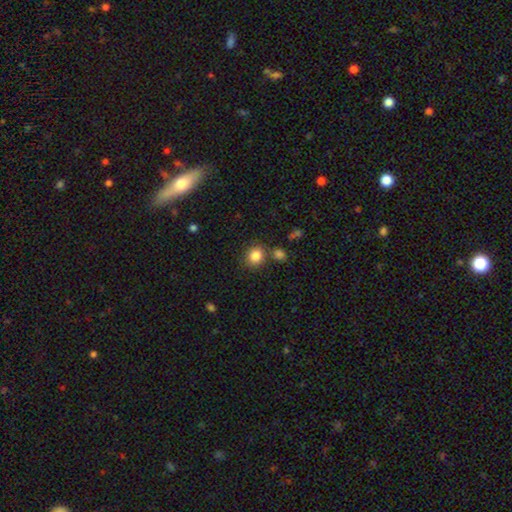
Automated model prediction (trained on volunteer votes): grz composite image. It shows a smooth galaxy with no disk features (84%) that is round (71%). Merging: none (75%).